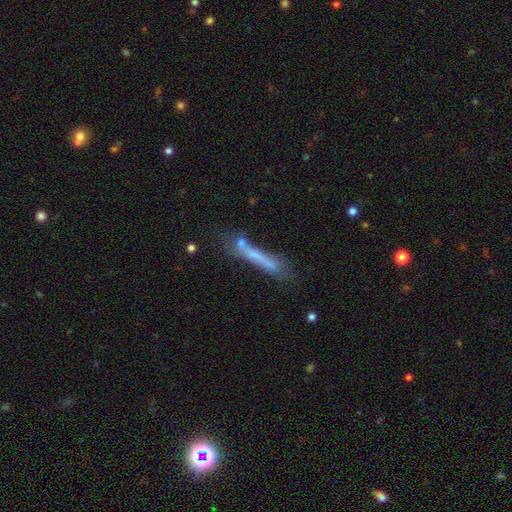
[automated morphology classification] Smooth or featured: smooth — 55% (featured or disk — 34%)
How rounded: cigar-shaped — 92% (in between — 6%)
Merging: none — 52% (minor disturbance — 20%)